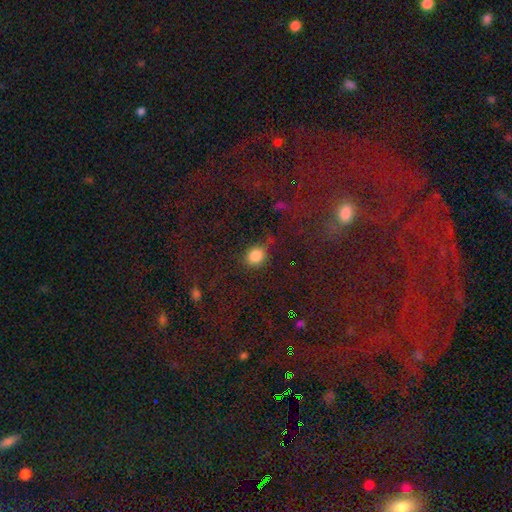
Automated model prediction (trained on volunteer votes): smooth 80%, star or artifact 14%, featured or disk 6%. Down the decision tree: how rounded — round (69%); merging — none (69%).